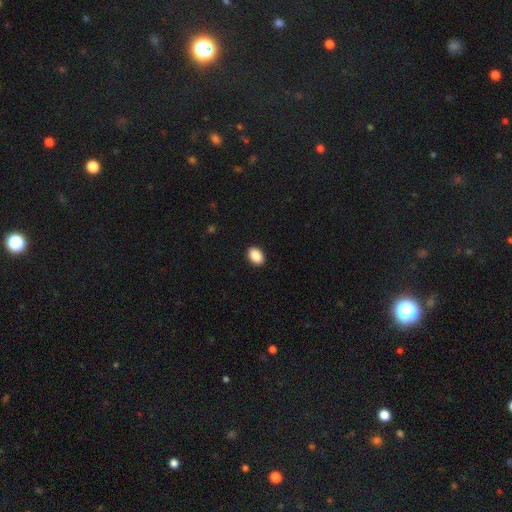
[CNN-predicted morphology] A smooth galaxy with no disk features (90%) that is in between round and cigar-shaped (85%). Merging: none (91%).